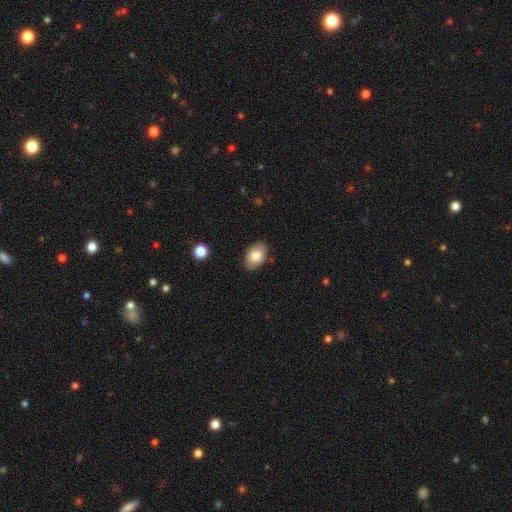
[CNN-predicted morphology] The model was most divided on "smooth or featured": smooth: 82%, featured or disk: 12%, star or artifact: 7%. More confident: how rounded — in between (91%); merging — none (85%).